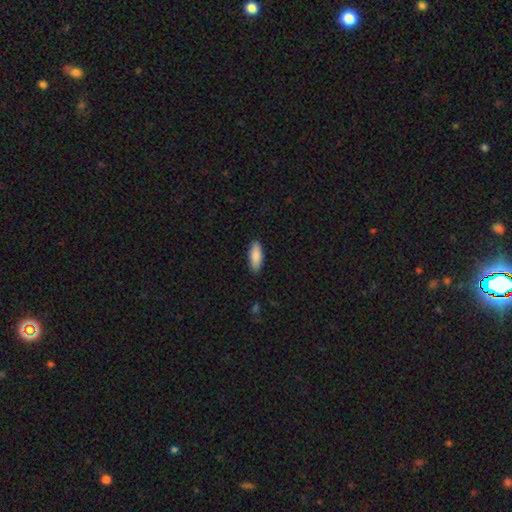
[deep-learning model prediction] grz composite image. It shows a smooth galaxy with no disk features (88%) that is in between round and cigar-shaped (70%). Merging: none (87%).